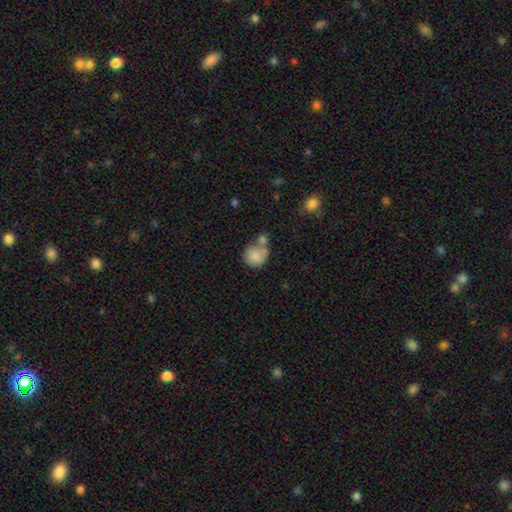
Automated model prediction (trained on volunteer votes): smooth 81%, featured or disk 11%, star or artifact 8%. Down the decision tree: how rounded — round (86%); merging — none (42%).